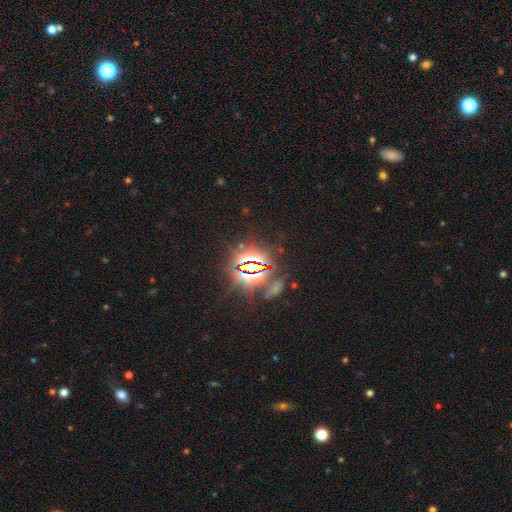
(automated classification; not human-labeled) Smooth or featured? star or artifact (84%)